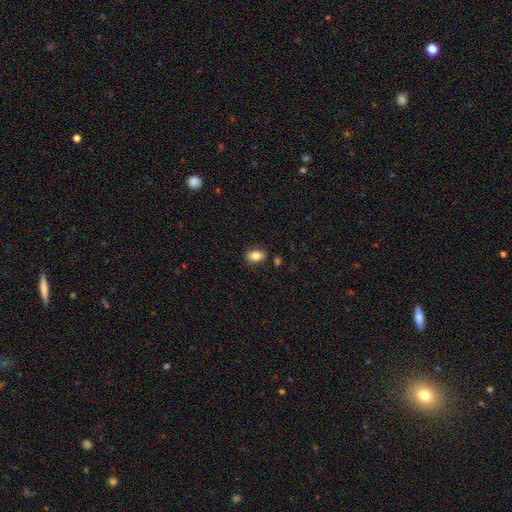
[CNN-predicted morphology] smooth 81%, featured or disk 11%, star or artifact 8%. Down the decision tree: how rounded — in between (87%); merging — none (83%).